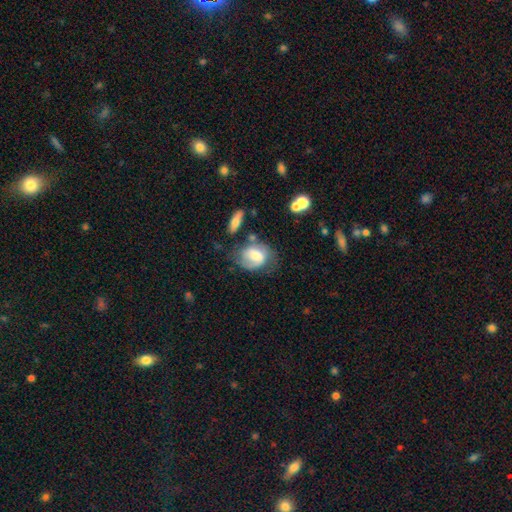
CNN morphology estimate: Smooth or featured? smooth (47%)
Merging? none (46%)